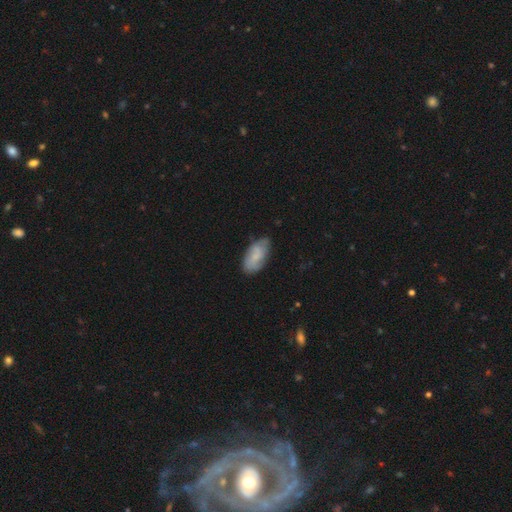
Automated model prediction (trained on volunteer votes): smooth_or_featured: smooth (p=0.63) [alt: featured or disk p=0.30]
how_rounded: in between (p=0.91) [alt: cigar-shaped p=0.06]
merging: none (p=0.68) [alt: minor disturbance p=0.25]